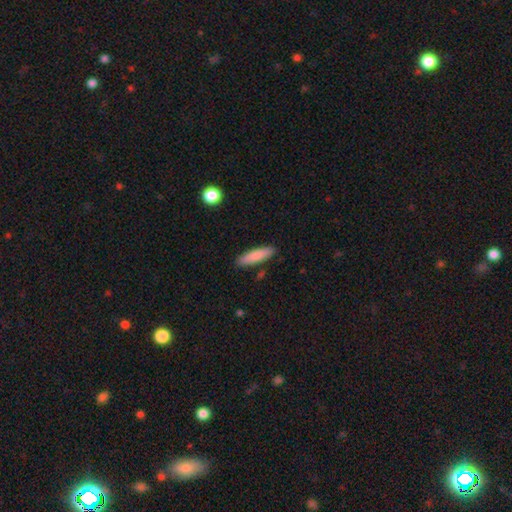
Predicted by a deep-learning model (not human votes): smooth 83%, featured or disk 11%, star or artifact 6%. Down the decision tree: how rounded — cigar-shaped (71%); merging — none (87%).